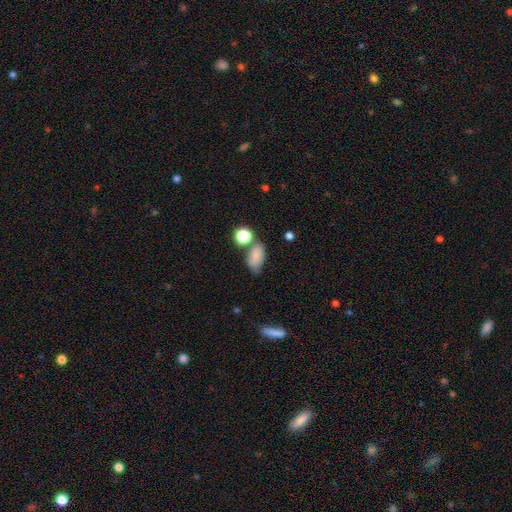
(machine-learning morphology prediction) Q: Smooth or featured?
A: smooth (78%); runner-up: featured or disk (12%)
Q: How rounded?
A: in between (87%); runner-up: round (10%)
Q: Merging?
A: none (52%); runner-up: minor disturbance (23%)